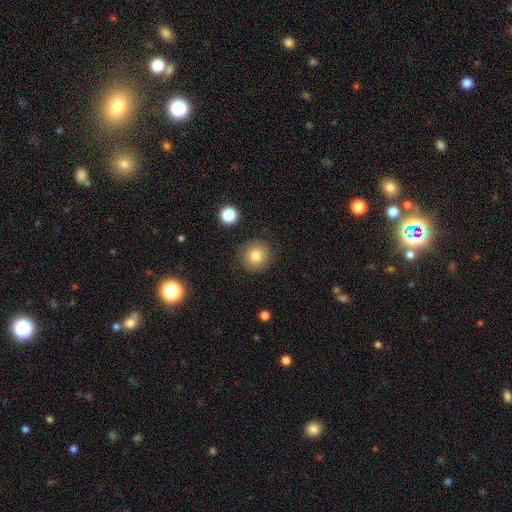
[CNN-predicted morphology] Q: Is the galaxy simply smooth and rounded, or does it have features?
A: smooth — 78%.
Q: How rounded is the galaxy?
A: round — 93%.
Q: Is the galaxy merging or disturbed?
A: none — 86%.